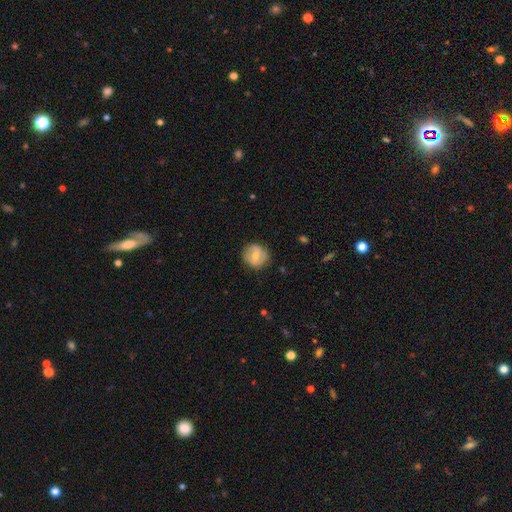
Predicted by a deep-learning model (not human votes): Smooth or featured? Predicted: smooth (p=0.49). Merging? Predicted: none (p=0.82).